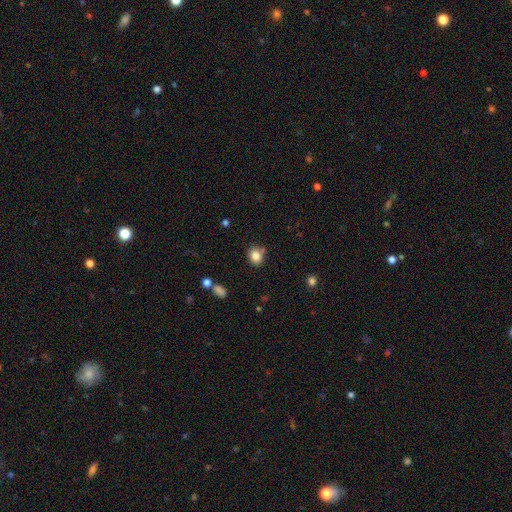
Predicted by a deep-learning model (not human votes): smooth_or_featured: smooth (p=0.83) [alt: star or artifact p=0.10]
how_rounded: round (p=0.55) [alt: in between p=0.44]
merging: none (p=0.72) [alt: minor disturbance p=0.15]